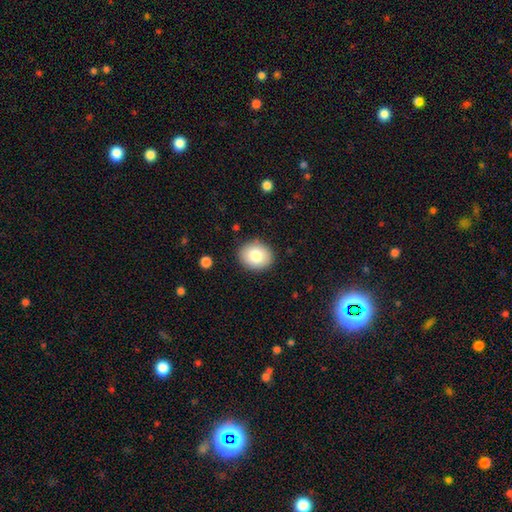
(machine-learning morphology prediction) type=smooth (82%); roundness=round (60%); merging=none (88%).